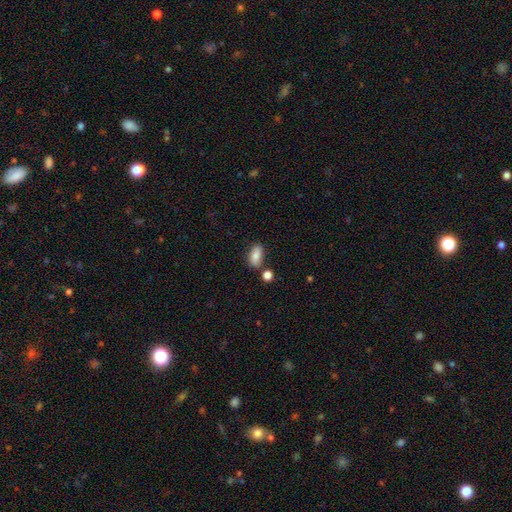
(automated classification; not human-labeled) Overall: smooth (81%). How rounded: in between (88%). Merging: none (76%).